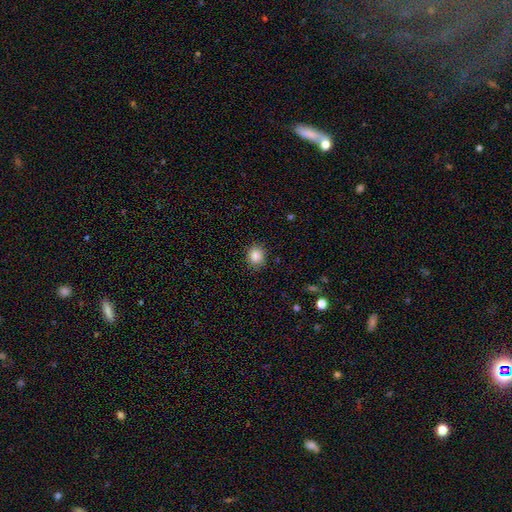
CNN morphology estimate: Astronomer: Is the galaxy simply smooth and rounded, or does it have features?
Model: smooth — 87%.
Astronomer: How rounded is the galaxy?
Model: round — 80%.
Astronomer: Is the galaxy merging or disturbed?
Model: none — 87%.